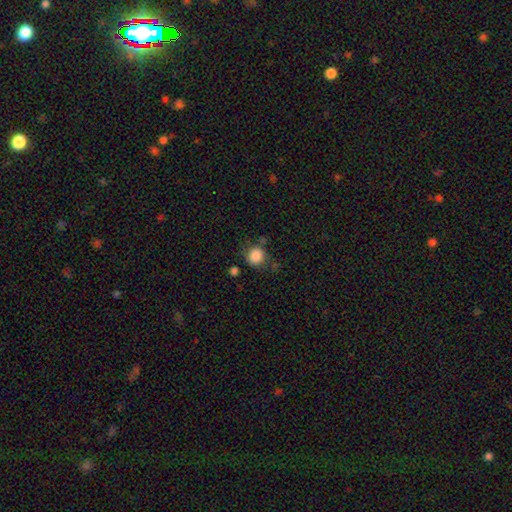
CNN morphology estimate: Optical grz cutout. It shows a smooth galaxy with no disk features (87%) that is round (83%). Merging: none (72%).